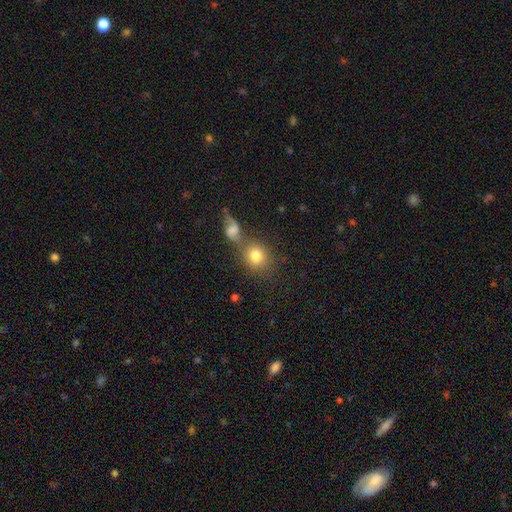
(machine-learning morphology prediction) Smooth or featured: smooth — 79% (featured or disk — 11%)
How rounded: round — 77% (in between — 22%)
Merging: none — 52% (merger — 33%)